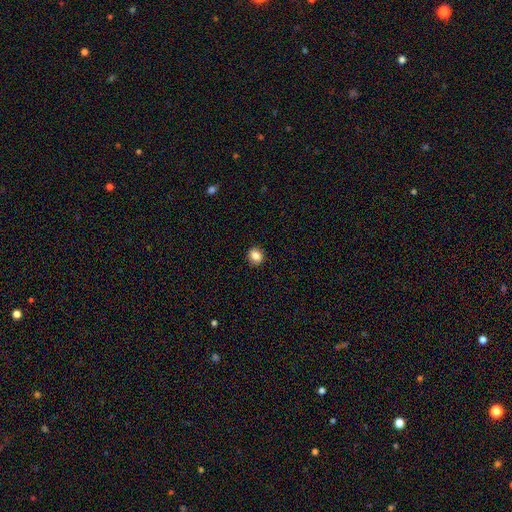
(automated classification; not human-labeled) smooth-or-featured: smooth: 85% | star or artifact: 10% | featured or disk: 6%
  how-rounded: round: 77% | in between: 22% | cigar-shaped: 1%
  merging: none: 91% | minor disturbance: 6% | major disturbance: 2% | merger: 1%